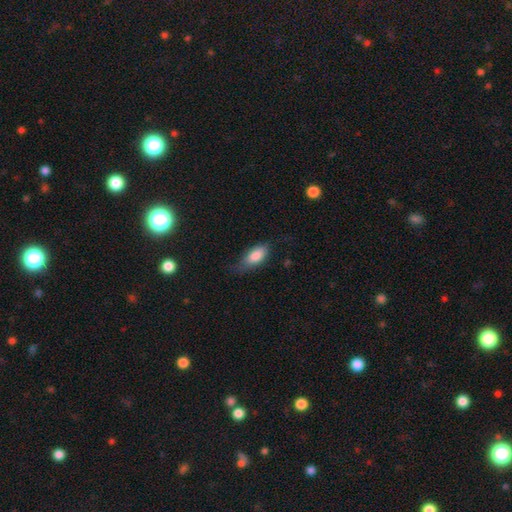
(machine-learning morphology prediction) Smooth or featured? smooth (83%)
How rounded? in between (86%)
Merging? none (55%)